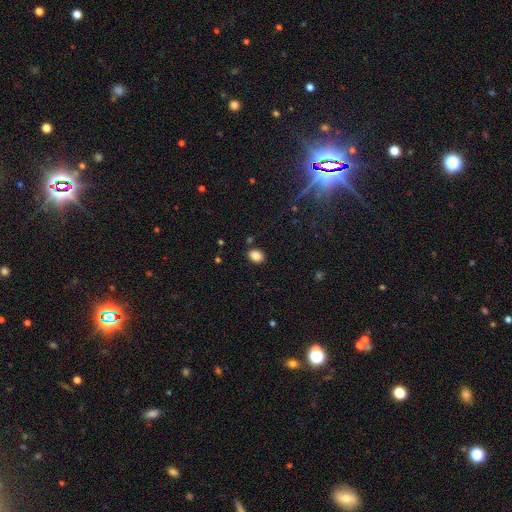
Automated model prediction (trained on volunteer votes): The model was most divided on "how rounded": in between: 72%, round: 27%, cigar-shaped: 1%. More confident: merging — none (86%); smooth or featured — smooth (85%).